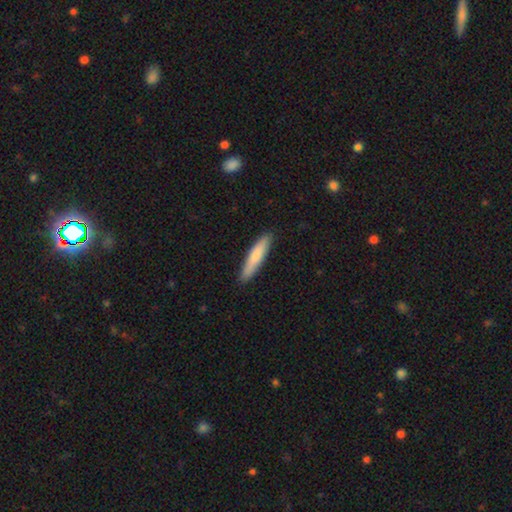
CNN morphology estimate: smooth_or_featured: smooth (p=0.76) [alt: featured or disk p=0.18]
how_rounded: cigar-shaped (p=0.87) [alt: in between p=0.12]
merging: none (p=0.90) [alt: minor disturbance p=0.08]